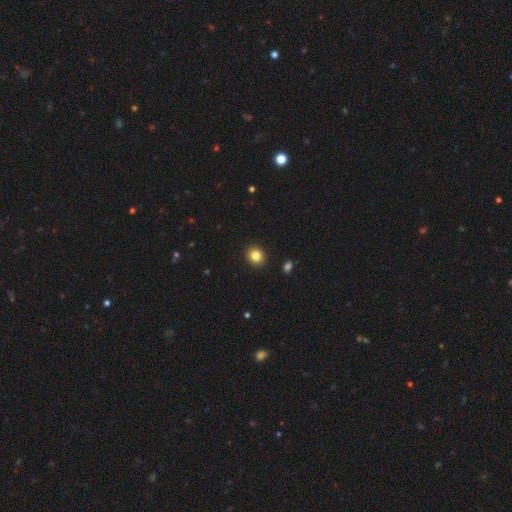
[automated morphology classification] This is clearly a smooth galaxy (83%). How rounded: likely round (75%). Merging: clearly none (92%).